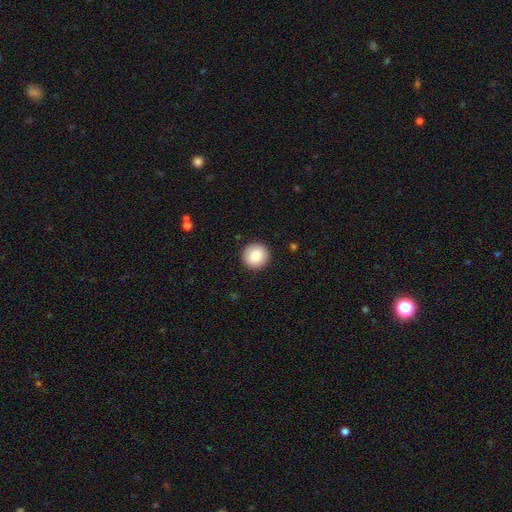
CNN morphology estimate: The model was most divided on "smooth or featured": smooth: 86%, star or artifact: 8%, featured or disk: 6%. More confident: how rounded — round (96%); merging — none (92%).